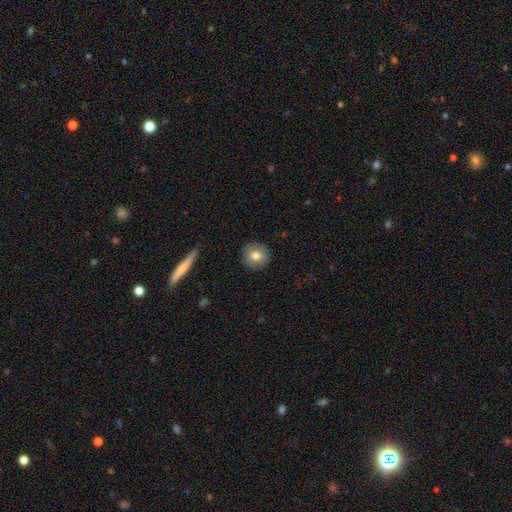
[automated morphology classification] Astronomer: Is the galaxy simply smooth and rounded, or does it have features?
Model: smooth — 75%.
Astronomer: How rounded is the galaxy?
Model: round — 91%.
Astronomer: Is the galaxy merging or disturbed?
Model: none — 90%.